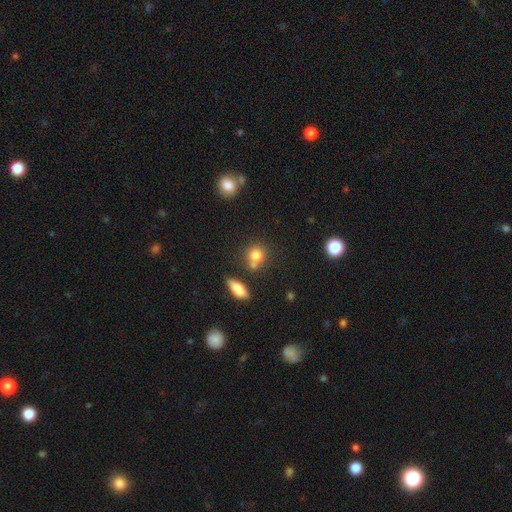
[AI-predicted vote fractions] Smooth or featured? smooth (78%)
How rounded? round (76%)
Merging? none (54%)